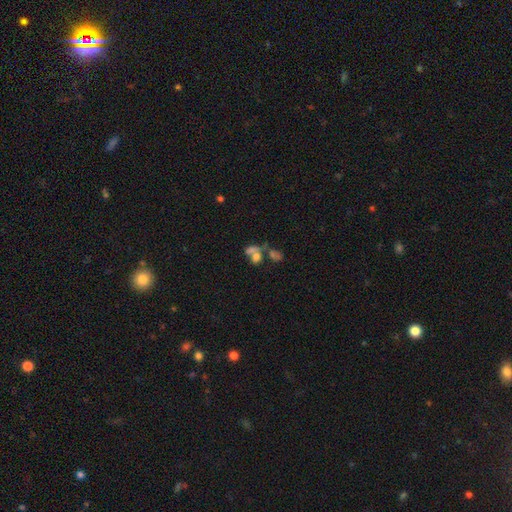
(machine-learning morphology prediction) Smooth or featured: smooth — 60% (featured or disk — 21%)
How rounded: in between — 63% (round — 33%)
Merging: merger — 54% (none — 25%)